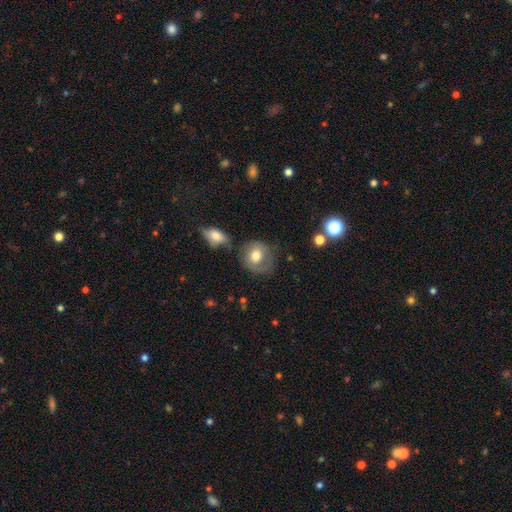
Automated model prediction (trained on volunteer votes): This appears to be a smooth galaxy with no disk features (67%) that is round (75%). Merging: none (59%).